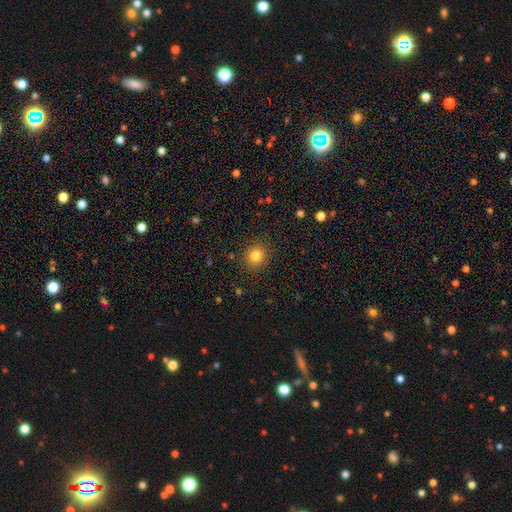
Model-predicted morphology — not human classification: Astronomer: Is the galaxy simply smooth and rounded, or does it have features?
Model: smooth — 83%.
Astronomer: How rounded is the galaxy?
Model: round — 83%.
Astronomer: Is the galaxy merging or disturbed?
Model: none — 88%.